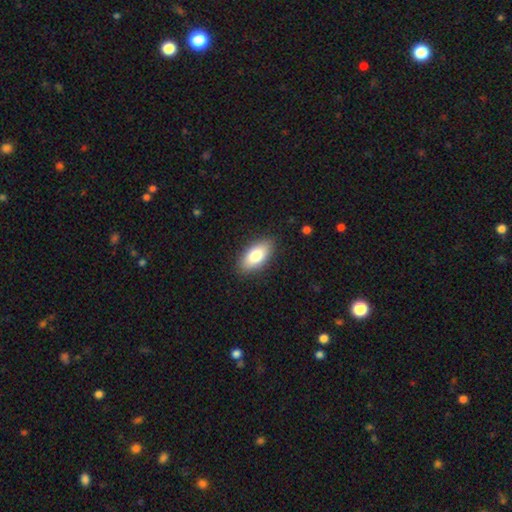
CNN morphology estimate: The model was most divided on "smooth or featured": smooth: 79%, featured or disk: 14%, star or artifact: 7%. More confident: how rounded — in between (89%); merging — none (87%).